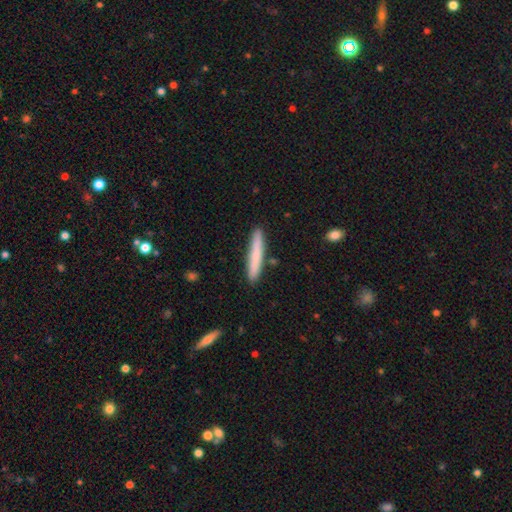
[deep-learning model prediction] smooth 75%, featured or disk 20%, star or artifact 6%. Down the decision tree: how rounded — cigar-shaped (95%); merging — none (89%).